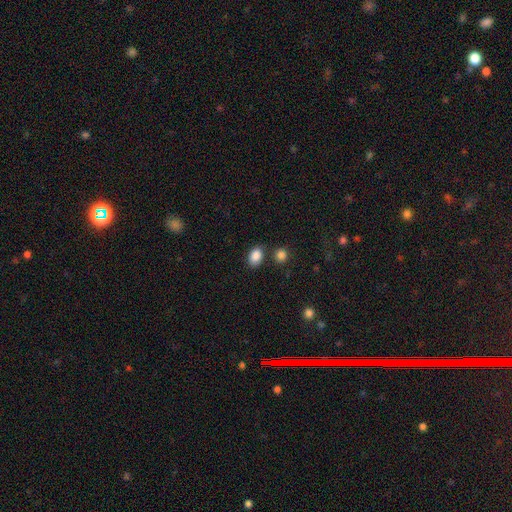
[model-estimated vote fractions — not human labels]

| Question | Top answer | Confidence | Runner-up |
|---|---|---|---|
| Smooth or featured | smooth | 87% | star or artifact (9%) |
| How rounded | in between | 74% | round (25%) |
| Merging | none | 75% | minor disturbance (12%) |